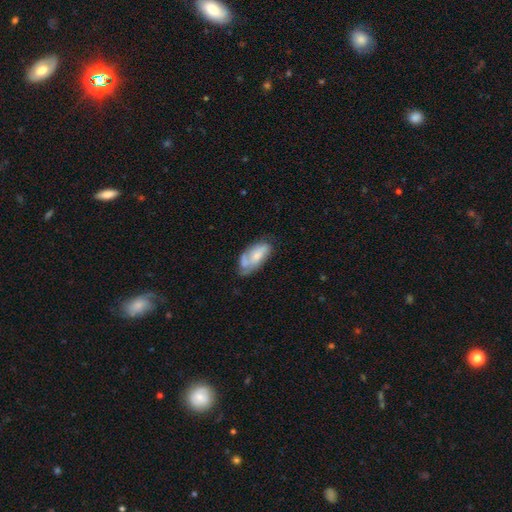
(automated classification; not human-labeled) This appears to be a featured or disk galaxy (47%). Merging: none (43%).